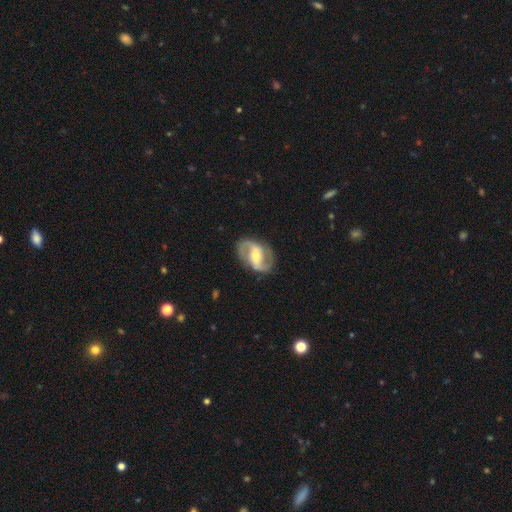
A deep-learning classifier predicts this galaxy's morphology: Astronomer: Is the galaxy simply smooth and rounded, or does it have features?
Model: featured or disk — 84%.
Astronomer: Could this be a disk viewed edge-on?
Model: no — 97%.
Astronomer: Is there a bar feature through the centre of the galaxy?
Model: strong — 41% (runner-up: weak, 38%).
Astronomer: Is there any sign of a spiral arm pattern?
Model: yes — 92%.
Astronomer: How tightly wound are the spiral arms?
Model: medium — 51% (runner-up: loose, 29%).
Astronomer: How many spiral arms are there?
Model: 2 — 92%.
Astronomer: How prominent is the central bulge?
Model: moderate — 54% (runner-up: small, 35%).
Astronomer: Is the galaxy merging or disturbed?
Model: none — 82%.